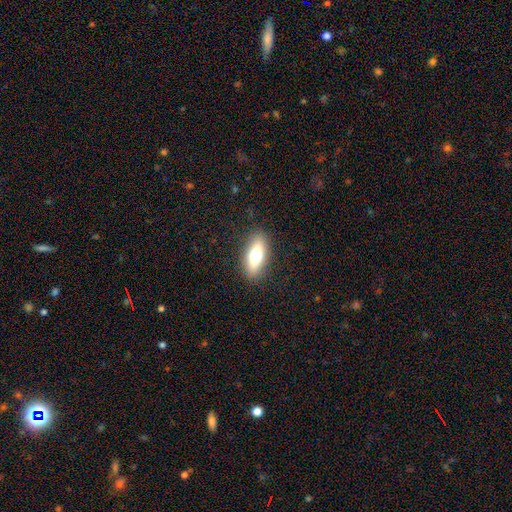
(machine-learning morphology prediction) Overall: smooth (67%). How rounded: in between (69%). Merging: none (87%).